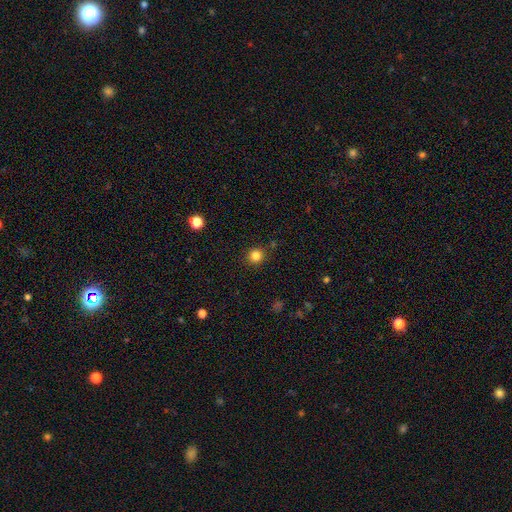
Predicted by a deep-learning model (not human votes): Morphology: type=smooth (83%); roundness=round (91%); merging=none (89%).